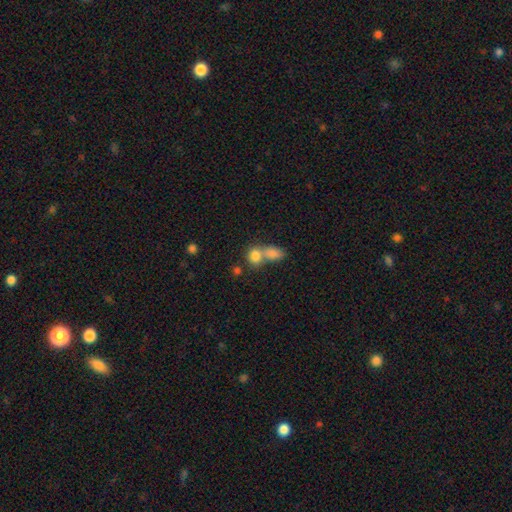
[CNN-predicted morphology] Smooth or featured: smooth — 82% (star or artifact — 9%)
How rounded: in between — 50% (round — 48%)
Merging: merger — 57% (none — 32%)